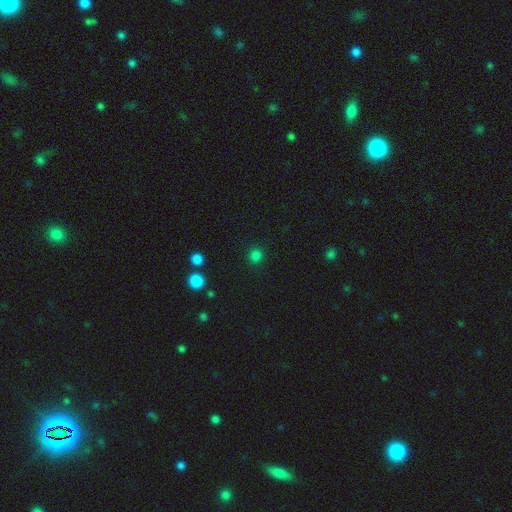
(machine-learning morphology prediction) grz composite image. It shows a smooth galaxy with no disk features (81%) that is round (94%). Merging: none (91%).